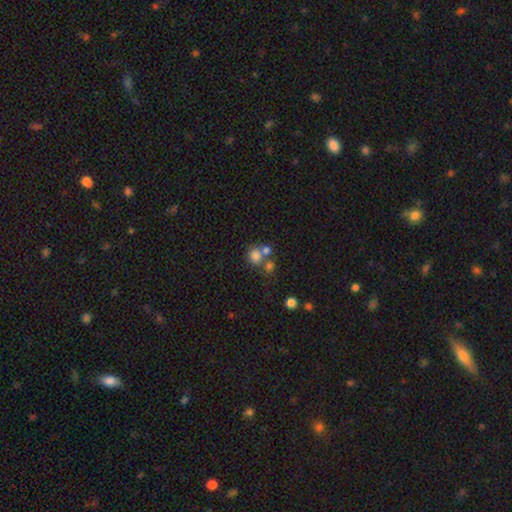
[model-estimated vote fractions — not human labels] Smooth or featured?
  - smooth: 76% *
  - star or artifact: 14%
  - featured or disk: 11%
How rounded?
  - round: 84% *
  - in between: 15%
  - cigar-shaped: 1%
Merging?
  - none: 46% *
  - merger: 40%
  - minor disturbance: 9%
  - major disturbance: 5%